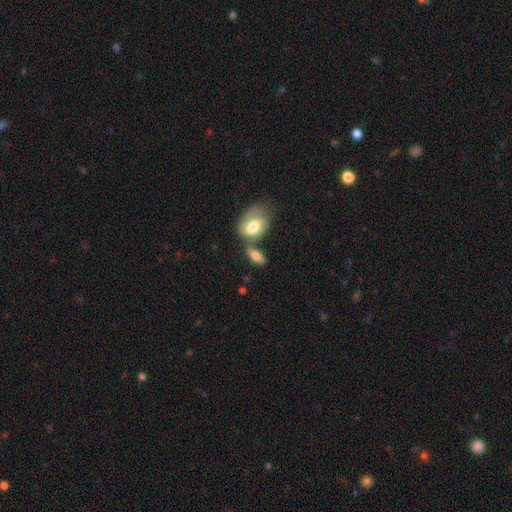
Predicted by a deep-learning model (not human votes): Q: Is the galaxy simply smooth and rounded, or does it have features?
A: smooth — 68%.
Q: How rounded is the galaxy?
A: in between — 79%.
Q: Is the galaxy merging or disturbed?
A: none — 43%.